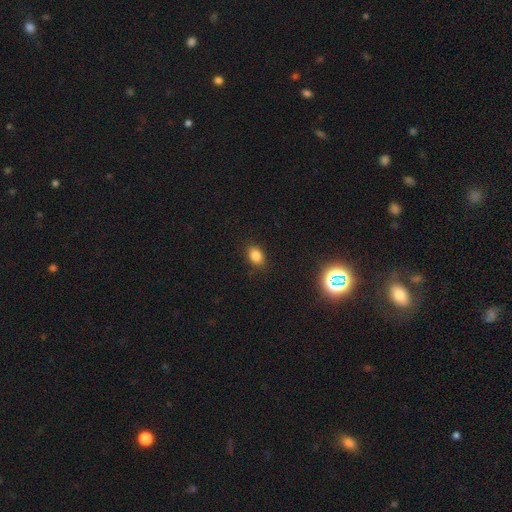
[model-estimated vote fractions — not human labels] A smooth galaxy with no disk features (82%) that is in between round and cigar-shaped (71%). Merging: none (85%).